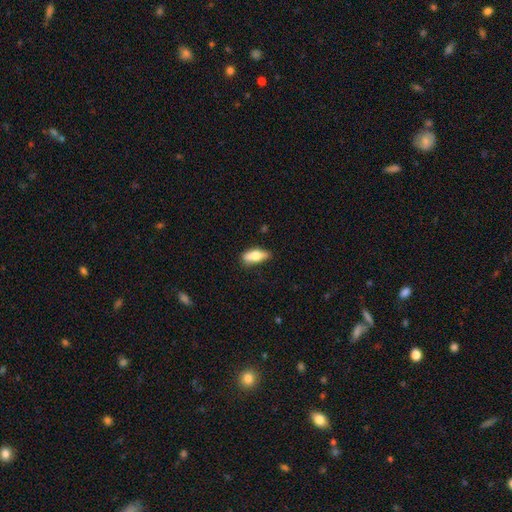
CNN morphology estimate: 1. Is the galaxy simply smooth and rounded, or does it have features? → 66% smooth, 27% featured or disk, 6% star or artifact.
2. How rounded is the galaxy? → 71% in between, 26% cigar-shaped, 3% round.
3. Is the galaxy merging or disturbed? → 71% none, 21% minor disturbance, 5% major disturbance, 3% merger.